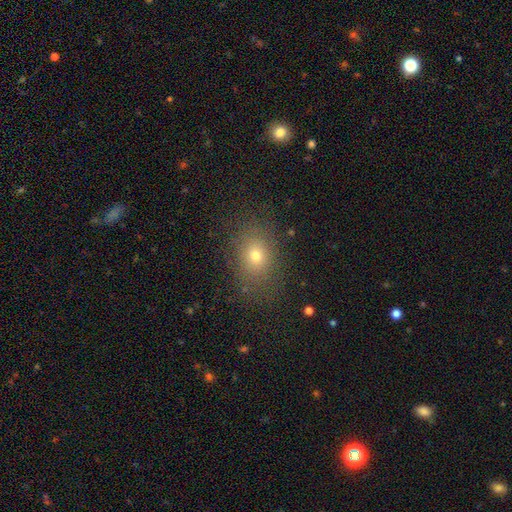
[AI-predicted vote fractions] Smooth or featured?
  - smooth: 71% *
  - star or artifact: 16%
  - featured or disk: 12%
How rounded?
  - in between: 61% *
  - round: 38%
  - cigar-shaped: 1%
Merging?
  - none: 82% *
  - minor disturbance: 12%
  - major disturbance: 5%
  - merger: 1%